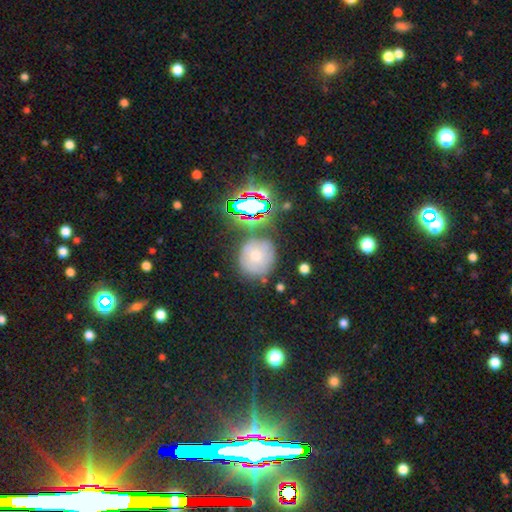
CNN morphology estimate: Overall: smooth (51%; featured or disk 32%). How rounded: round (88%). Merging: none (65%).